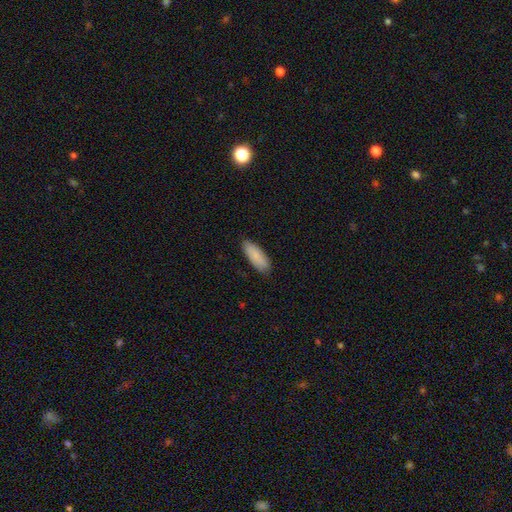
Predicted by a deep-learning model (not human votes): smooth 85%, featured or disk 9%, star or artifact 6%. Down the decision tree: how rounded — in between (71%); merging — none (85%).